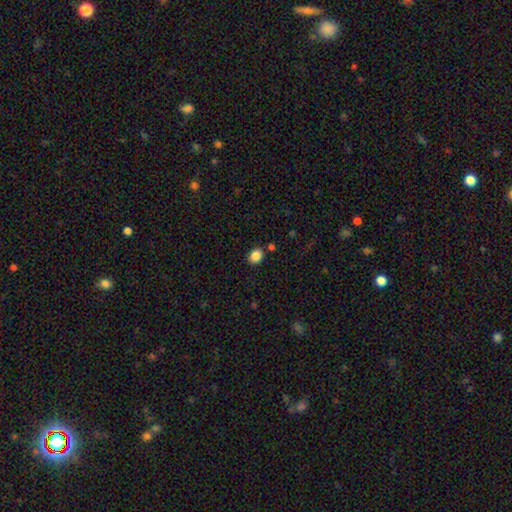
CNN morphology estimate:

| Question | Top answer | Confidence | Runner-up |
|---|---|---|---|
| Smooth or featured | smooth | 86% | star or artifact (10%) |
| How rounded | round | 56% | in between (43%) |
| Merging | none | 83% | minor disturbance (9%) |